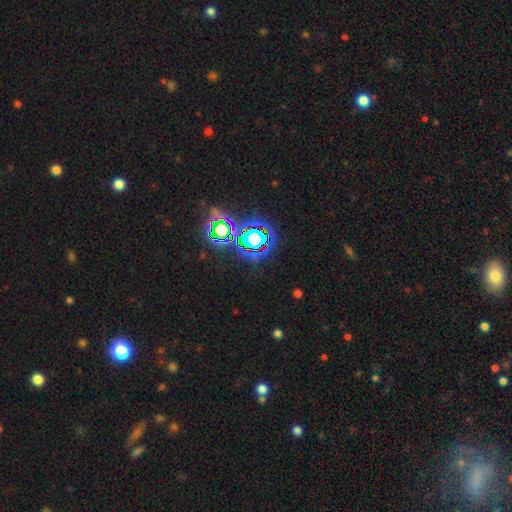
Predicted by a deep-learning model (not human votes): Smooth or featured?
  - star or artifact: 73% *
  - smooth: 19%
  - featured or disk: 9%